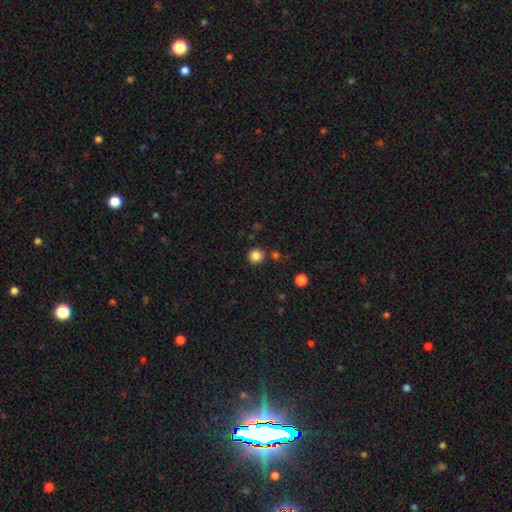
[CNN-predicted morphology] Smooth or featured: smooth — 84% (star or artifact — 12%)
How rounded: round — 92% (in between — 7%)
Merging: none — 84% (minor disturbance — 8%)